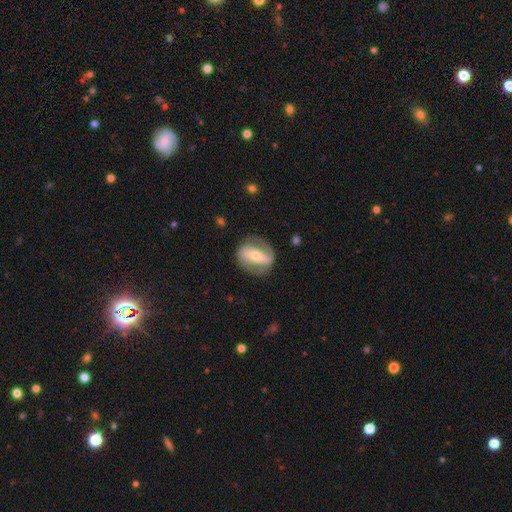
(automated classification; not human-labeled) featured or disk 73%, smooth 22%, star or artifact 5%. Down the decision tree: edge-on disk — no (93%); bar — strong (58%); spiral arms — yes (73%); bulge size — moderate (54%); merging — none (77%).